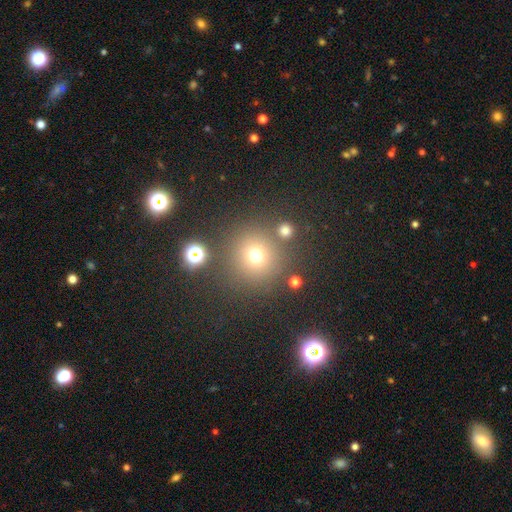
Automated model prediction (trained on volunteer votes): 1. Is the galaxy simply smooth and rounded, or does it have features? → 69% smooth, 21% star or artifact, 9% featured or disk.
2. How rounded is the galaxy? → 94% round, 5% in between, 1% cigar-shaped.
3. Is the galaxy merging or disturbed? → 79% none, 8% minor disturbance, 8% merger, 4% major disturbance.